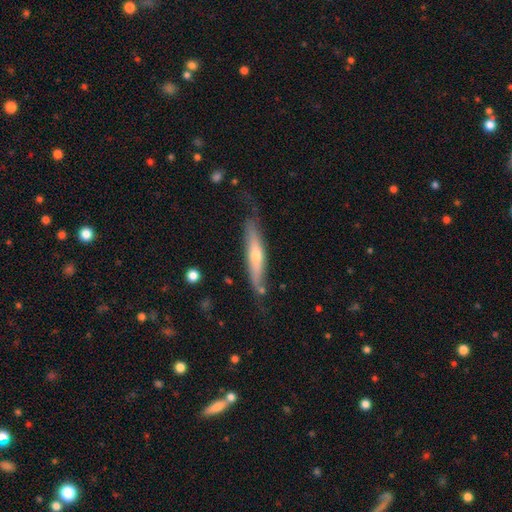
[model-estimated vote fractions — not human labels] Smooth or featured?
  - featured or disk: 57% *
  - smooth: 38%
  - star or artifact: 5%
Edge-on disk?
  - yes: 81% *
  - no: 19%
Merging?
  - none: 65% *
  - minor disturbance: 24%
  - major disturbance: 8%
  - merger: 3%